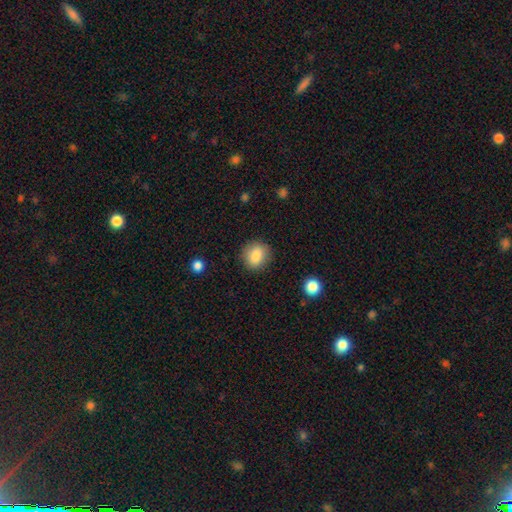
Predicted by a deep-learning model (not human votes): Morphology: type=smooth (84%); roundness=round (79%); merging=none (87%).